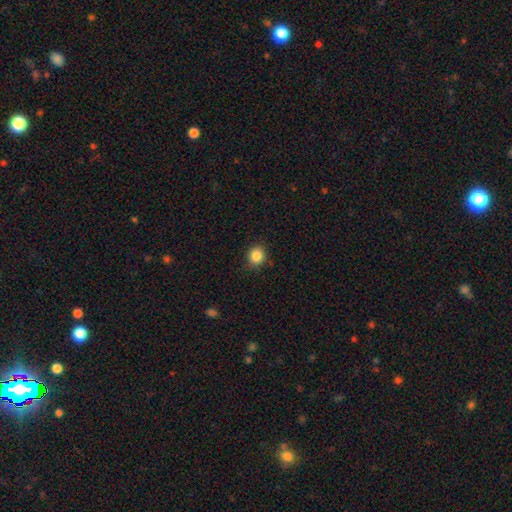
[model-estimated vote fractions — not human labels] The model was most divided on "how rounded": round: 75%, in between: 24%, cigar-shaped: 1%. More confident: merging — none (86%); smooth or featured — smooth (86%).